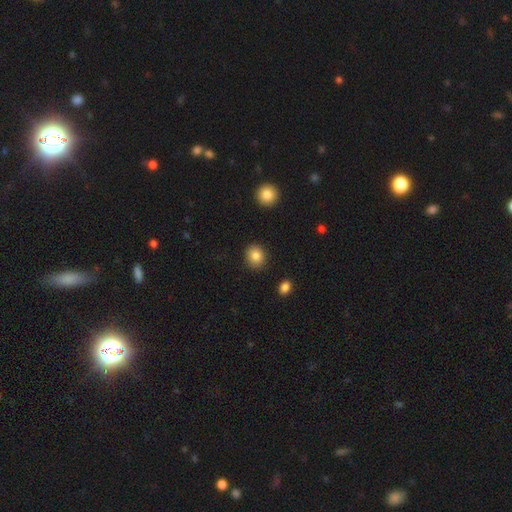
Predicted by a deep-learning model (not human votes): Q: Smooth or featured?
A: smooth (85%); runner-up: star or artifact (9%)
Q: How rounded?
A: round (74%); runner-up: in between (25%)
Q: Merging?
A: none (88%); runner-up: minor disturbance (8%)